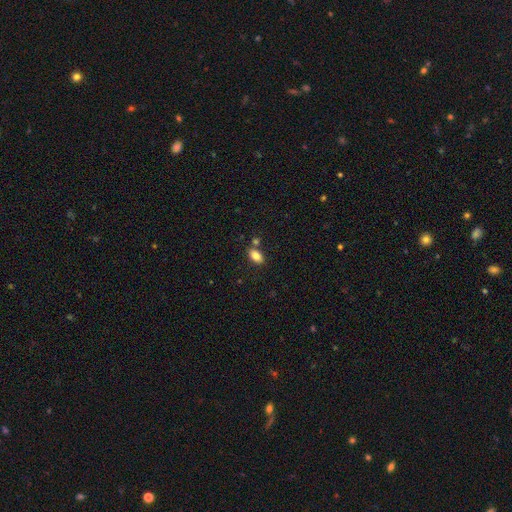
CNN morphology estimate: Overall: smooth (82%). How rounded: in between (91%). Merging: none (72%).